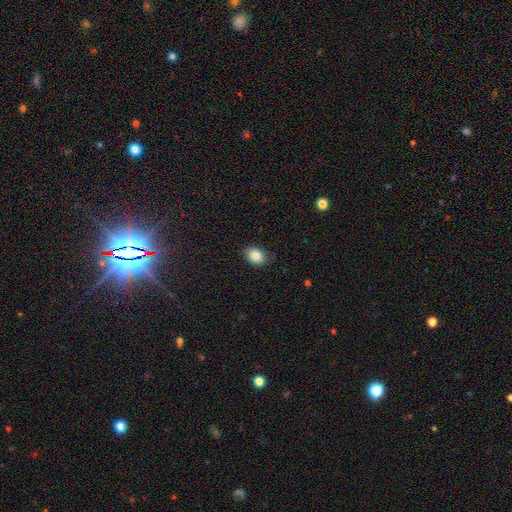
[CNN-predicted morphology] smooth-or-featured: smooth: 84% | star or artifact: 8% | featured or disk: 7%
  how-rounded: in between: 72% | round: 27% | cigar-shaped: 1%
  merging: none: 86% | minor disturbance: 11% | major disturbance: 2% | merger: 1%